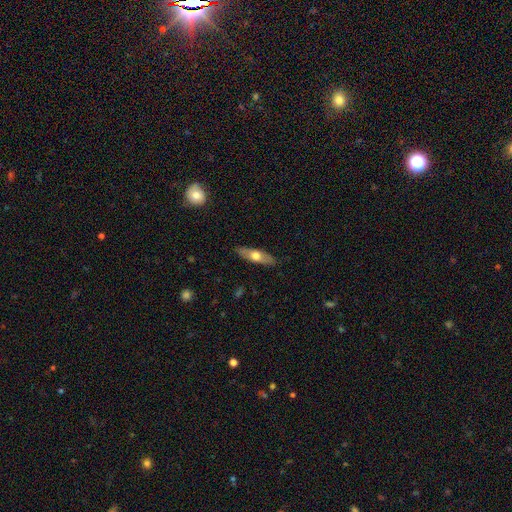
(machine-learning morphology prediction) smooth-or-featured: smooth: 53% | featured or disk: 41% | star or artifact: 6%
  how-rounded: cigar-shaped: 49% (tied) | in between: 49% (tied) | round: 3%
  merging: none: 87% | minor disturbance: 10% | major disturbance: 2% | merger: 1%